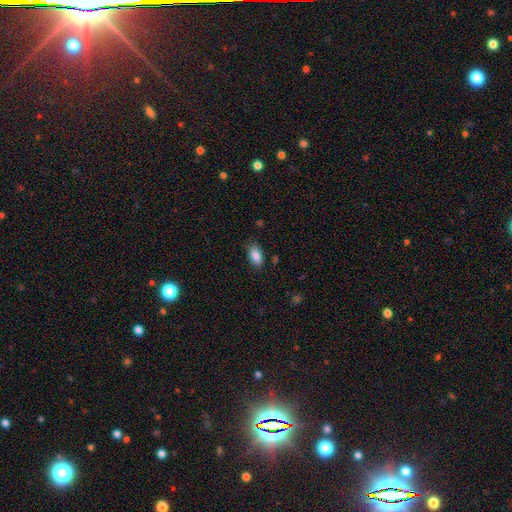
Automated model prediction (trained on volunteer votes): The model was most divided on "merging": none: 81%, minor disturbance: 14%, major disturbance: 3%, merger: 1%. More confident: how rounded — in between (92%); smooth or featured — smooth (87%).